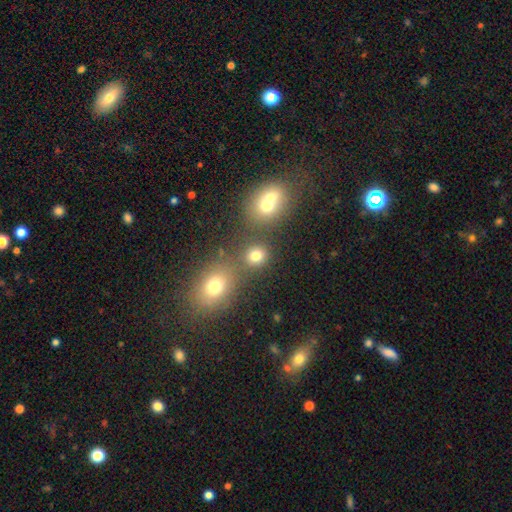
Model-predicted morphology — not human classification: Q: Smooth or featured?
A: smooth (76%); runner-up: star or artifact (17%)
Q: How rounded?
A: round (79%); runner-up: in between (20%)
Q: Merging?
A: none (67%); runner-up: merger (21%)